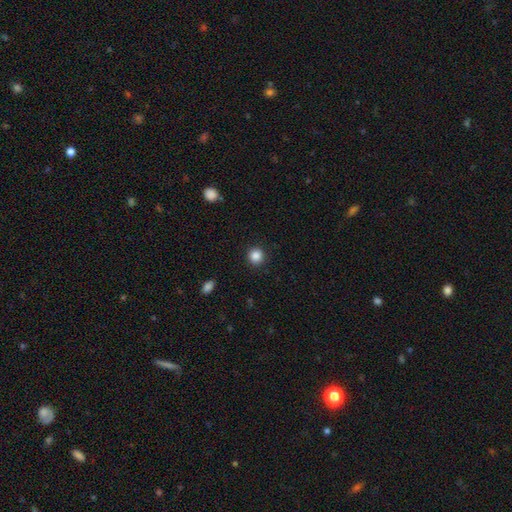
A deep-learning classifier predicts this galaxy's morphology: Smooth or featured? smooth (87%)
How rounded? round (92%)
Merging? none (91%)